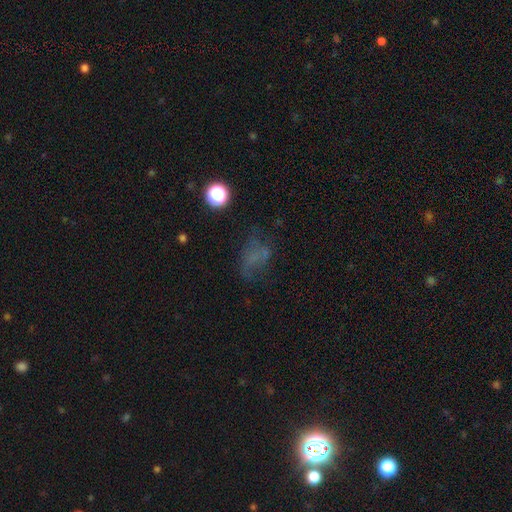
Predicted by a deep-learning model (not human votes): smooth_or_featured: smooth (p=0.44) [alt: featured or disk p=0.29]
merging: none (p=0.48) [alt: major disturbance p=0.26]